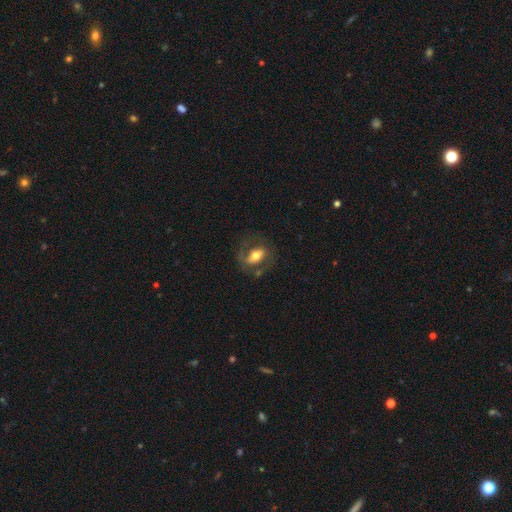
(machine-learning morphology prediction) featured or disk 55%, smooth 38%, star or artifact 7%. Down the decision tree: edge-on disk — no (91%); merging — none (63%).